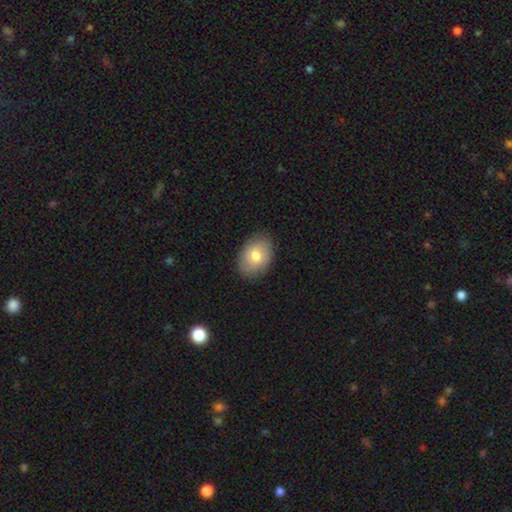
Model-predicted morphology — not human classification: smooth 73%, featured or disk 20%, star or artifact 7%. Down the decision tree: how rounded — in between (79%); merging — none (84%).